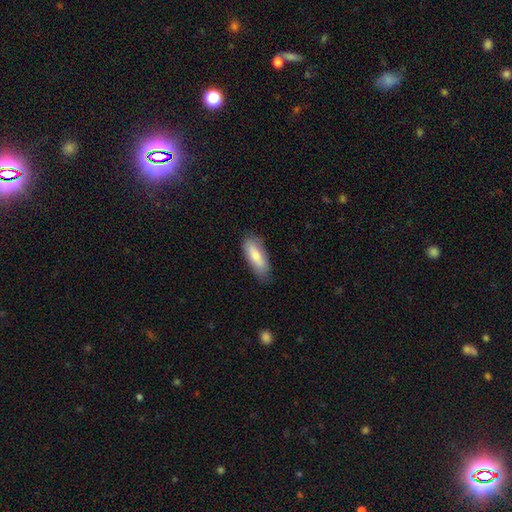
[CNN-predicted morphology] Smooth or featured? Predicted: smooth (p=0.77). How rounded? Predicted: in between (p=0.70). Merging? Predicted: none (p=0.77).